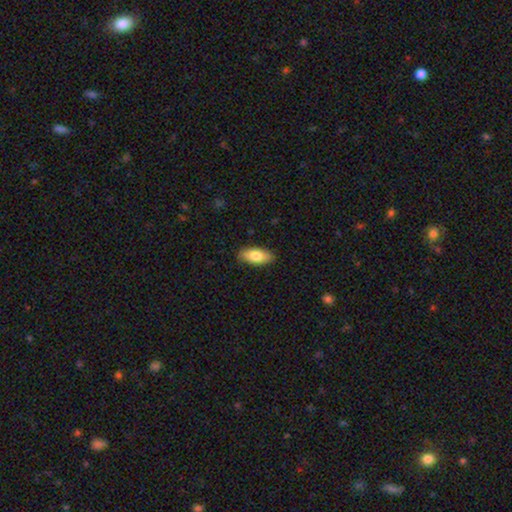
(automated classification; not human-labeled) A smooth galaxy with no disk features (80%) that is in between round and cigar-shaped (88%).

Vote fractions:
- Smooth or featured? smooth: 80% / featured or disk: 14% / star or artifact: 6%
- How rounded? in between: 88% / cigar-shaped: 10% / round: 2%
- Merging? none: 88% / minor disturbance: 9% / major disturbance: 2% / merger: 1%